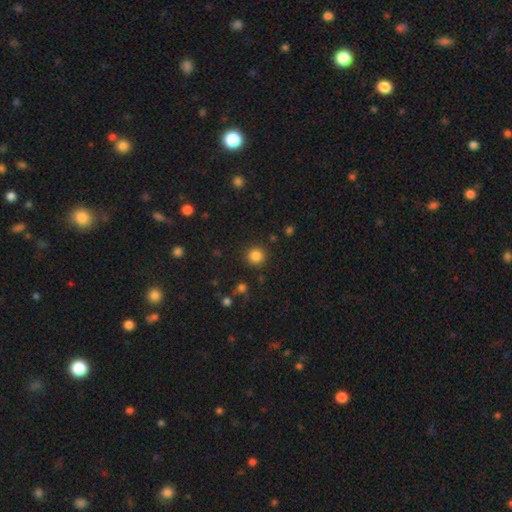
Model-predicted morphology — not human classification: Smooth or featured?
  - smooth: 84% *
  - star or artifact: 12%
  - featured or disk: 4%
How rounded?
  - round: 93% *
  - in between: 6%
  - cigar-shaped: 1%
Merging?
  - none: 89% *
  - minor disturbance: 6%
  - major disturbance: 3%
  - merger: 2%